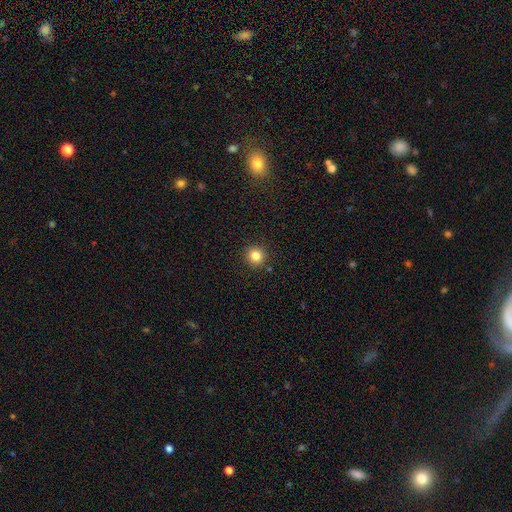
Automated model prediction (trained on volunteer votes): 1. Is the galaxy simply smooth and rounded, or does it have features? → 83% smooth, 12% star or artifact, 5% featured or disk.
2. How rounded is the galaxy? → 95% round, 4% in between, 1% cigar-shaped.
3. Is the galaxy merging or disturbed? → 91% none, 5% minor disturbance, 2% merger, 2% major disturbance.